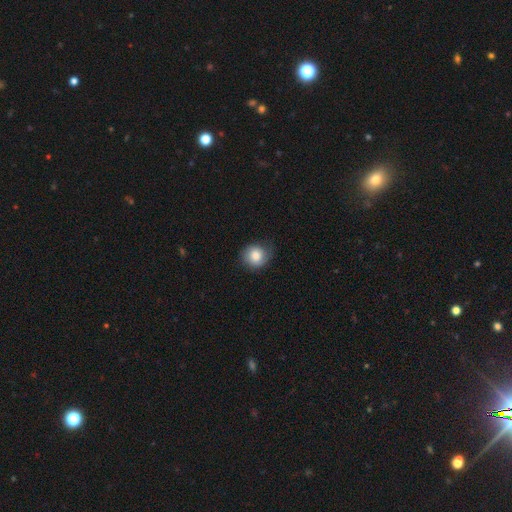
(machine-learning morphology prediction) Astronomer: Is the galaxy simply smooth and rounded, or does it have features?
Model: smooth — 78%.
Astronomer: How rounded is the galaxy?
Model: round — 81%.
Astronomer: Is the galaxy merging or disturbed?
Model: none — 63%.